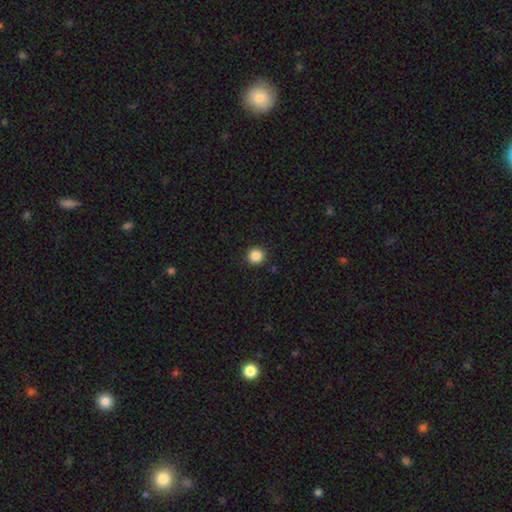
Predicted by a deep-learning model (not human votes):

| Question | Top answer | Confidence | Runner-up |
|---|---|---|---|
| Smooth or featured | smooth | 87% | star or artifact (10%) |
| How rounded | round | 95% | in between (4%) |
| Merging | none | 93% | minor disturbance (5%) |